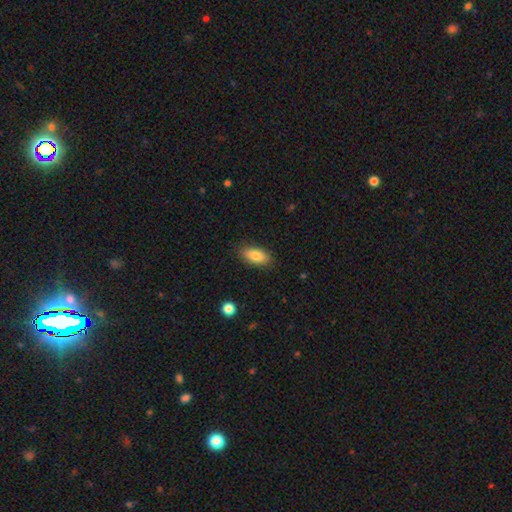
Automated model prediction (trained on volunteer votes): Overall: smooth (80%). How rounded: in between (83%). Merging: none (87%).